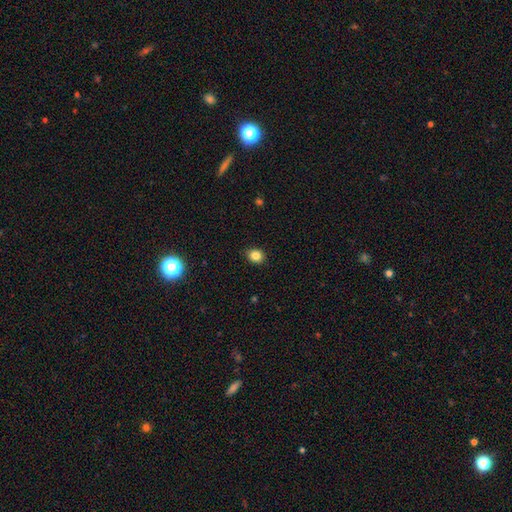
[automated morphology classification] This is clearly a smooth galaxy (83%). How rounded: likely round (64%). Merging: clearly none (89%).